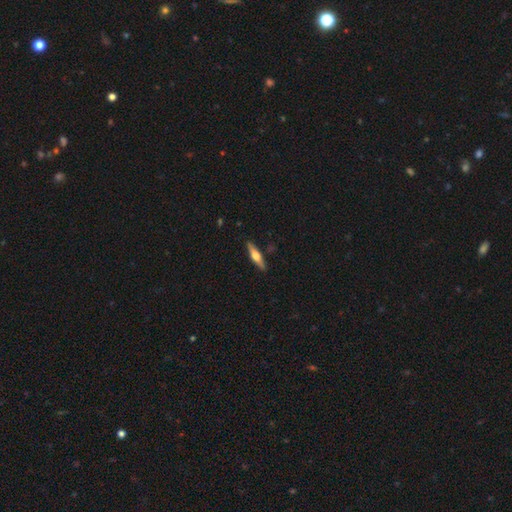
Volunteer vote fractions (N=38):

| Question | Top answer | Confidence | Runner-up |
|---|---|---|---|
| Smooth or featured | featured or disk | 68% | smooth (24%) |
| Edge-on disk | yes | 100% | — |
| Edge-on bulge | rounded | 88% | none (12%) |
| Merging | none | 91% | minor disturbance (6%) |